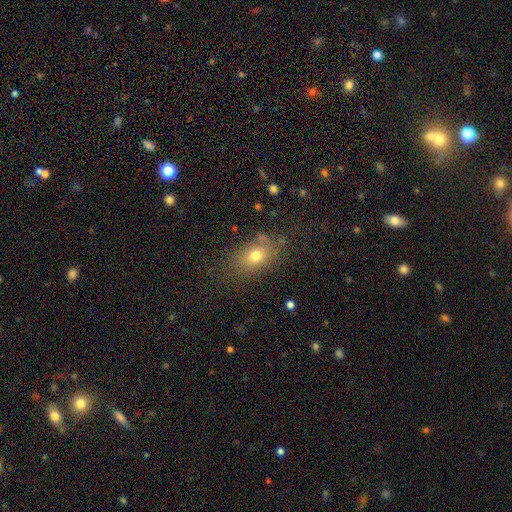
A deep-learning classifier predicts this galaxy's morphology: This appears to be a smooth galaxy with no disk features (72%) that is in between round and cigar-shaped (70%). Merging: none (71%).